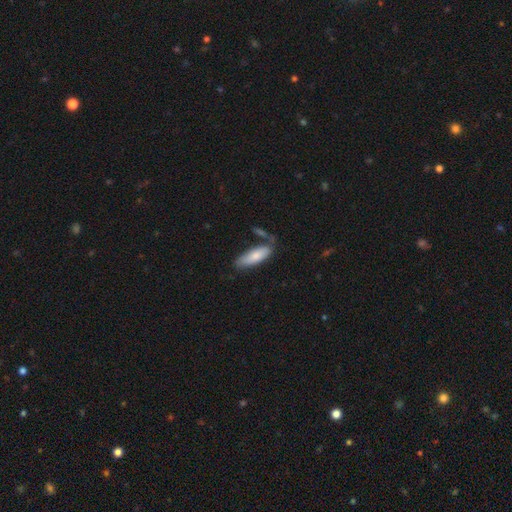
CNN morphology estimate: Overall: smooth (77%). How rounded: in between (59%; cigar-shaped 40%). Merging: none (62%).